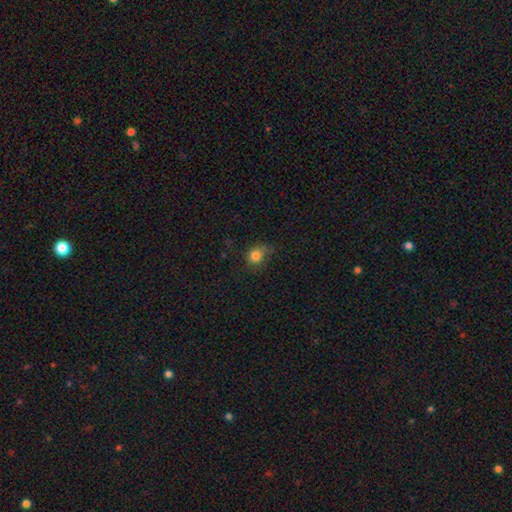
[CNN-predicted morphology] type=smooth (81%); roundness=round (72%); merging=none (60%).